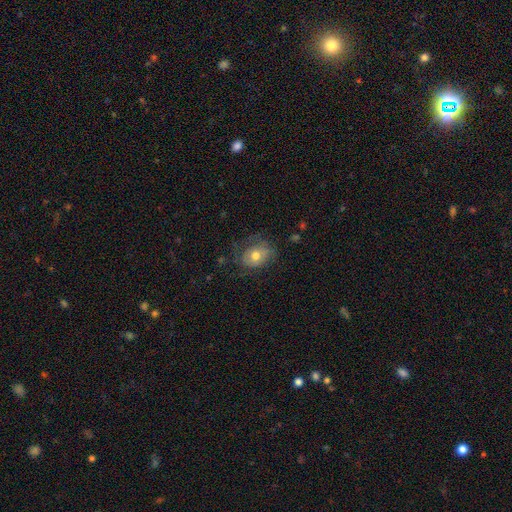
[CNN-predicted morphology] smooth_or_featured: smooth (p=0.66) [alt: featured or disk p=0.25]
how_rounded: round (p=0.50) [alt: in between p=0.49]
merging: none (p=0.58) [alt: minor disturbance p=0.26]